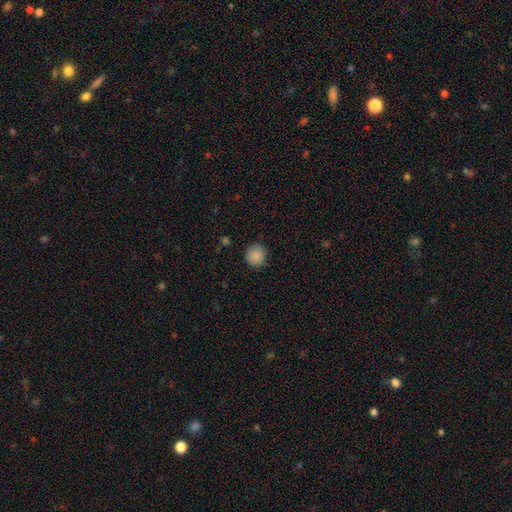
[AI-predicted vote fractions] This is clearly a smooth galaxy (87%). How rounded: clearly round (92%). Merging: clearly none (86%).